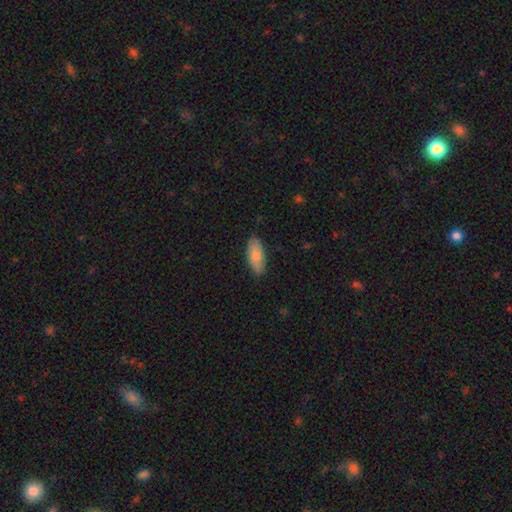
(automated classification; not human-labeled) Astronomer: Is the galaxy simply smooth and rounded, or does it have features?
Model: smooth — 80%.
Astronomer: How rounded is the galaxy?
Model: in between — 85%.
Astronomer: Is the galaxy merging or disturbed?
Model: none — 83%.